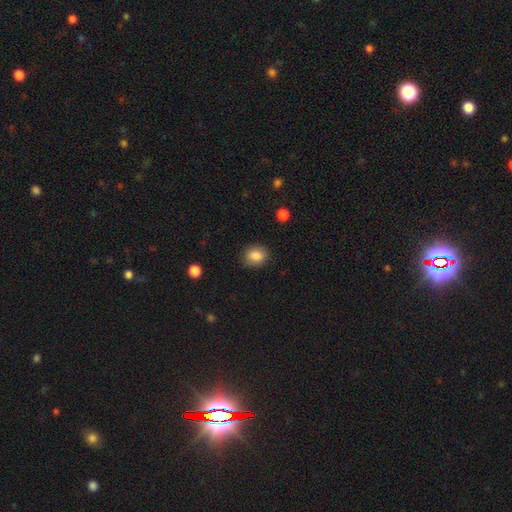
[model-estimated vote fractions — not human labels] This is clearly a smooth galaxy (86%). How rounded: possibly round (54%). Merging: clearly none (86%).